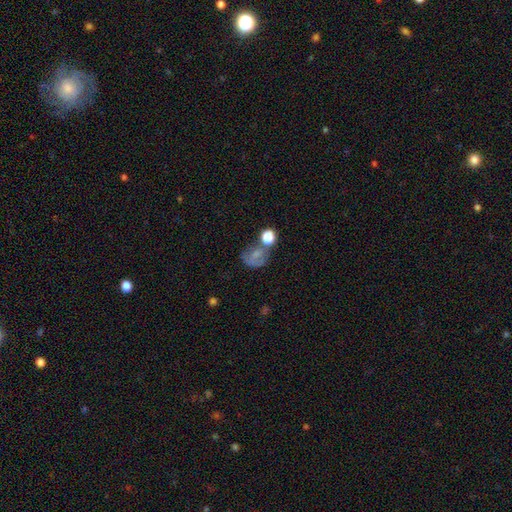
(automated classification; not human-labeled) Q: Smooth or featured?
A: smooth (62%); runner-up: featured or disk (22%)
Q: How rounded?
A: round (54%); runner-up: in between (45%)
Q: Merging?
A: none (36%); runner-up: merger (22%)